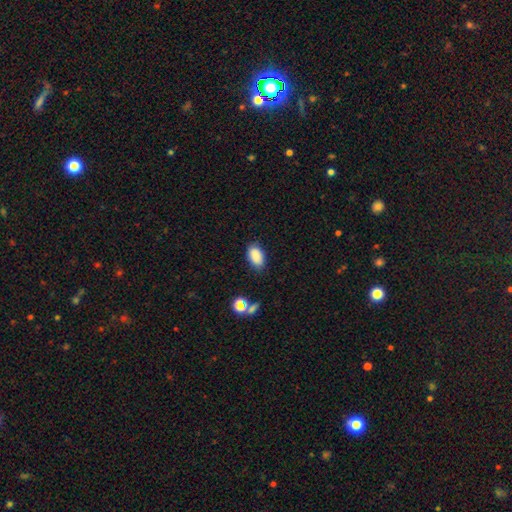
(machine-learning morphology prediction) Smooth or featured?
  - smooth: 87% *
  - star or artifact: 9%
  - featured or disk: 4%
How rounded?
  - in between: 92% *
  - round: 6%
  - cigar-shaped: 2%
Merging?
  - none: 80% *
  - minor disturbance: 15%
  - major disturbance: 3%
  - merger: 2%